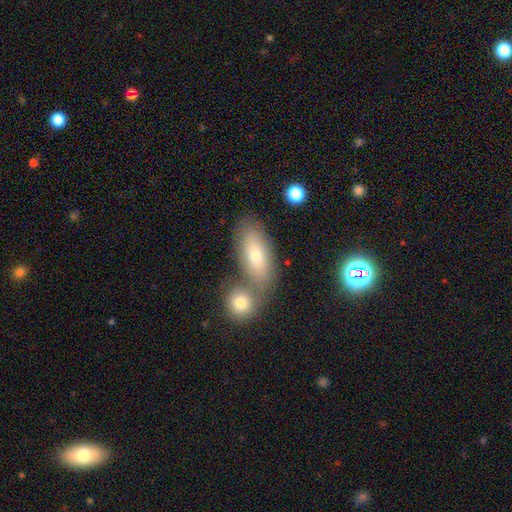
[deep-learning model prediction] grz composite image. It shows a smooth galaxy with no disk features (70%) that is in between round and cigar-shaped (82%). Merging: none (52%).